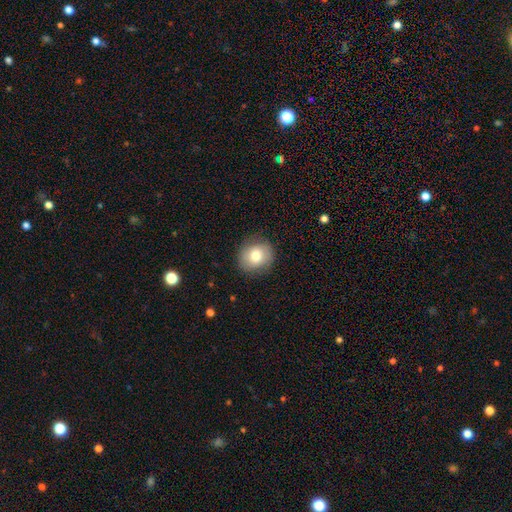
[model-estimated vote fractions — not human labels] smooth 76%, featured or disk 15%, star or artifact 9%. Down the decision tree: how rounded — round (78%); merging — none (84%).